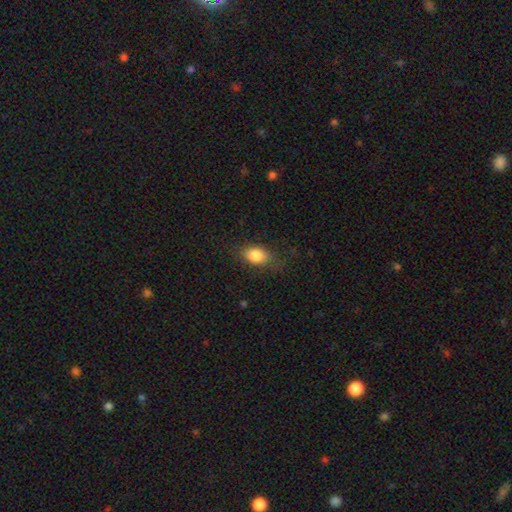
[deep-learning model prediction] Smooth or featured?
  - smooth: 83% *
  - featured or disk: 9%
  - star or artifact: 8%
How rounded?
  - in between: 81% *
  - round: 15%
  - cigar-shaped: 4%
Merging?
  - none: 74% *
  - minor disturbance: 18%
  - major disturbance: 6%
  - merger: 1%